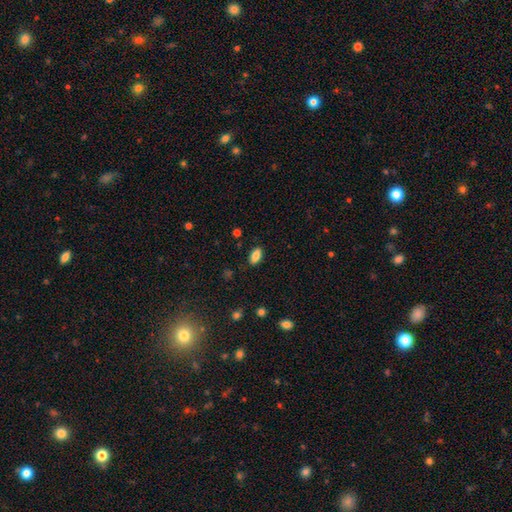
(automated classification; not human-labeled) Smooth or featured: smooth — 85% (star or artifact — 9%)
How rounded: in between — 90% (cigar-shaped — 6%)
Merging: none — 87% (minor disturbance — 10%)